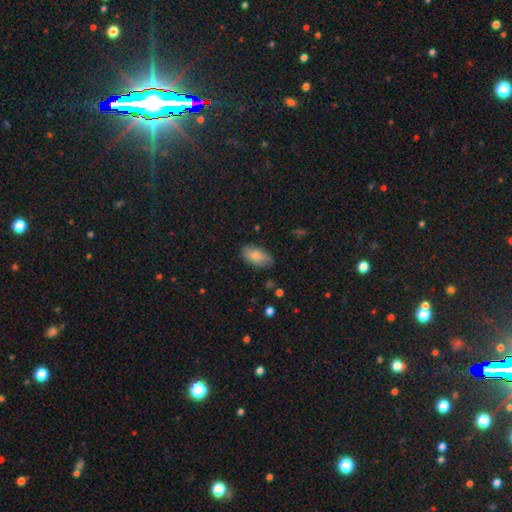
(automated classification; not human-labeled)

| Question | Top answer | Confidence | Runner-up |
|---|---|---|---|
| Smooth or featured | smooth | 80% | featured or disk (13%) |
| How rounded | in between | 93% | round (4%) |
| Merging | none | 80% | minor disturbance (15%) |